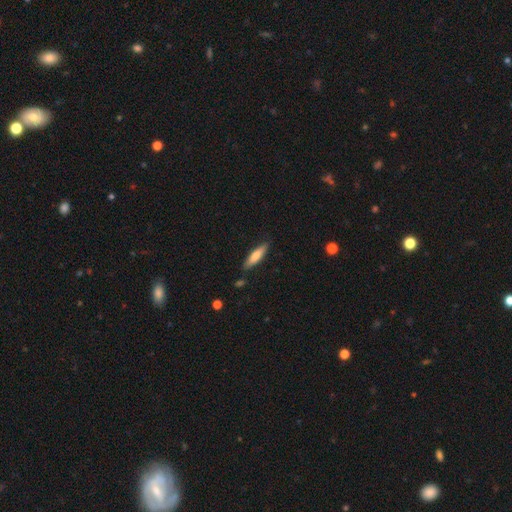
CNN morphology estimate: Smooth or featured? smooth (72%)
How rounded? cigar-shaped (72%)
Merging? none (83%)